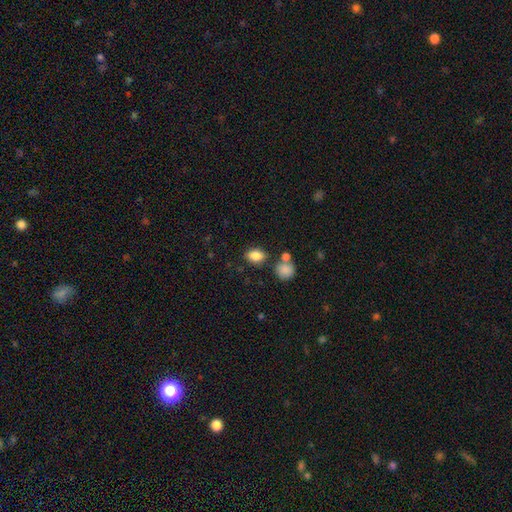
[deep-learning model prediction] Morphology: type=smooth (84%); roundness=in between (77%); merging=none (74%).